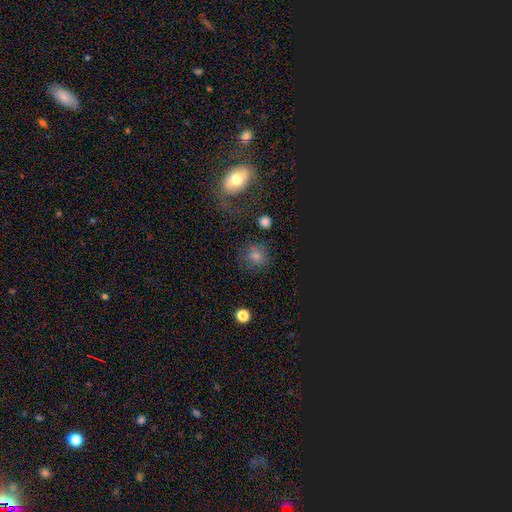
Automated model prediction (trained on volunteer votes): A smooth galaxy with no disk features (60%) that is round (79%).

Vote fractions:
- Smooth or featured? smooth: 60% / star or artifact: 24% / featured or disk: 16%
- How rounded? round: 79% / in between: 19% / cigar-shaped: 2%
- Merging? none: 75% / minor disturbance: 13% / major disturbance: 8% / merger: 4%